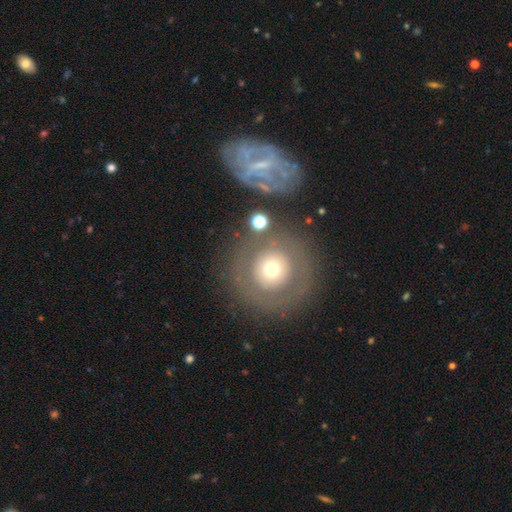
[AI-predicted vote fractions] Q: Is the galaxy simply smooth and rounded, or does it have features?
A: featured or disk — 47%.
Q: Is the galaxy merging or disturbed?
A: none — 74%.